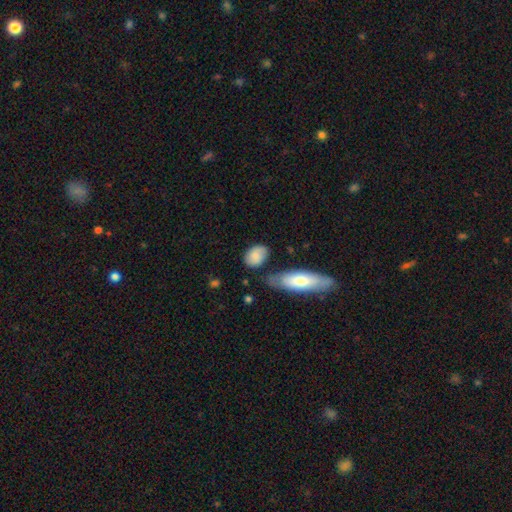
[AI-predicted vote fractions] Overall: smooth (81%). How rounded: in between (75%). Merging: none (63%).